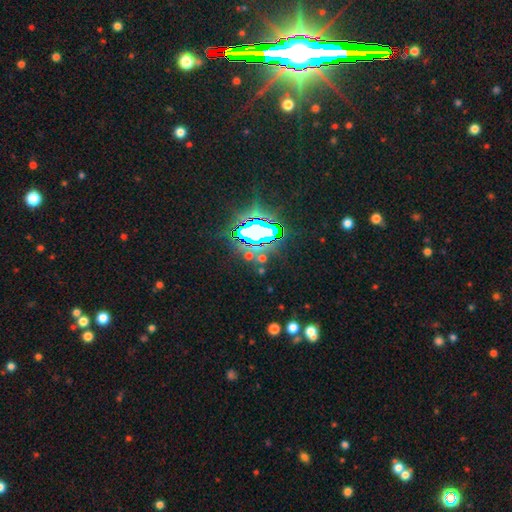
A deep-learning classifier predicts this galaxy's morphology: This appears to be a star or artifact, not a galaxy (83%).